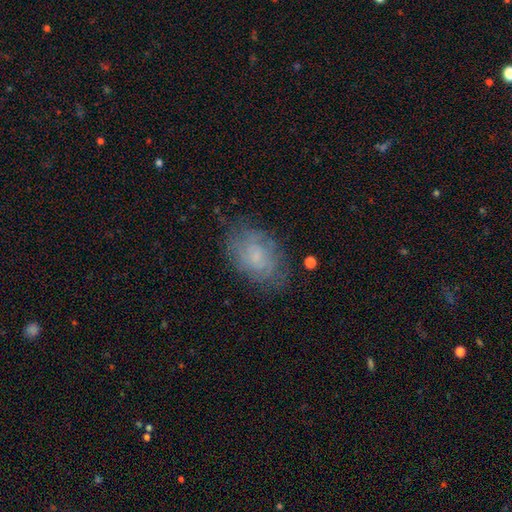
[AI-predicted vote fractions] Smooth or featured?
  - smooth: 48% *
  - featured or disk: 41%
  - star or artifact: 11%
Merging?
  - none: 70% *
  - minor disturbance: 21%
  - major disturbance: 8%
  - merger: 1%